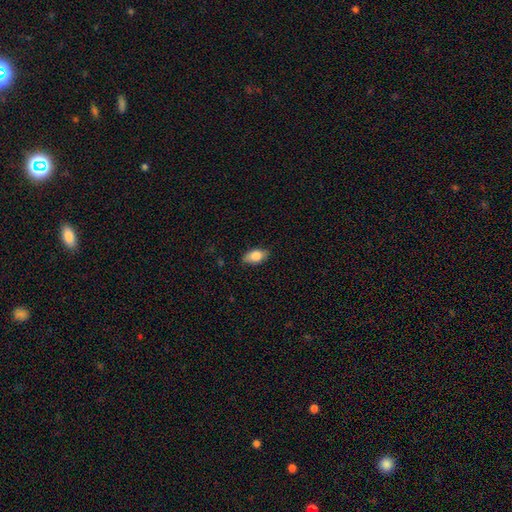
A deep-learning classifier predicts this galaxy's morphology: Smooth or featured? Predicted: smooth (p=0.82). How rounded? Predicted: in between (p=0.90). Merging? Predicted: none (p=0.84).